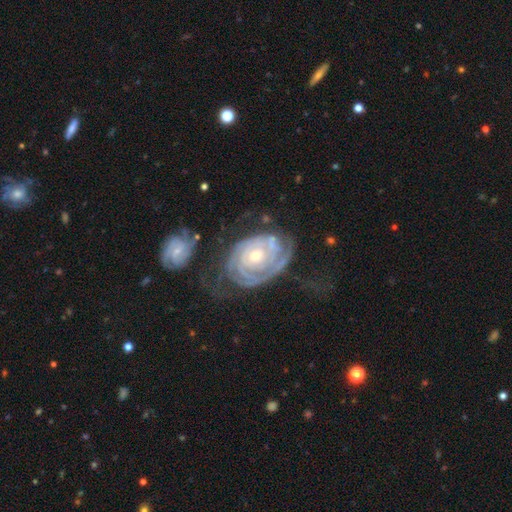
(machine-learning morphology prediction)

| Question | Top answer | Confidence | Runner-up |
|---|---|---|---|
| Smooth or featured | featured or disk | 89% | smooth (6%) |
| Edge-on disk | no | 97% | yes (3%) |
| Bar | no | 77% | weak (17%) |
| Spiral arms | yes | 96% | no (4%) |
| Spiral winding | tight | 83% | medium (14%) |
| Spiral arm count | can't tell | 29% | 2 (28%) |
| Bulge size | small | 54% | moderate (42%) |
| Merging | none | 50% | minor disturbance (21%) |